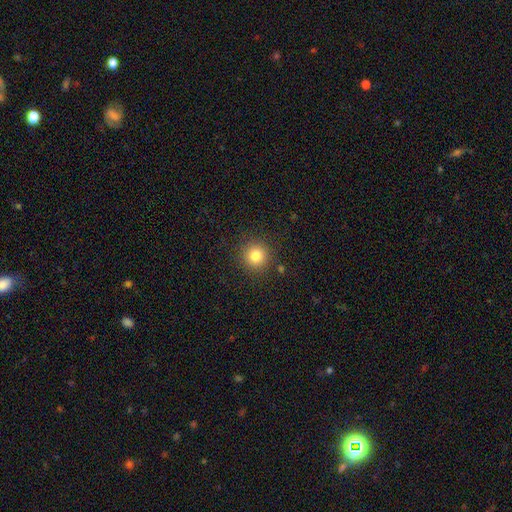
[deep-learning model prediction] A smooth galaxy with no disk features (82%) that is round (94%). Merging: none (89%).